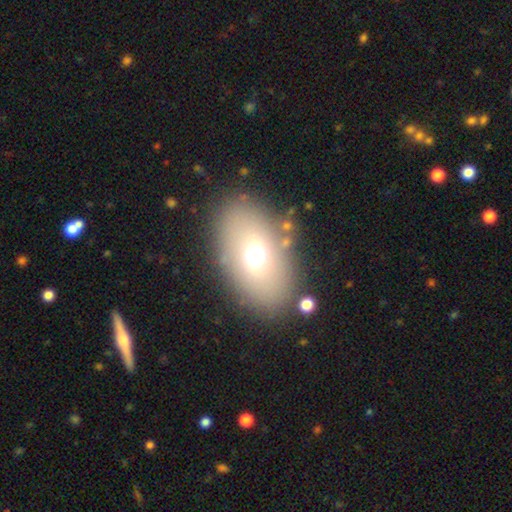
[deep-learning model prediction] Morphology: type=smooth (64%); roundness=in between (85%); merging=none (82%).